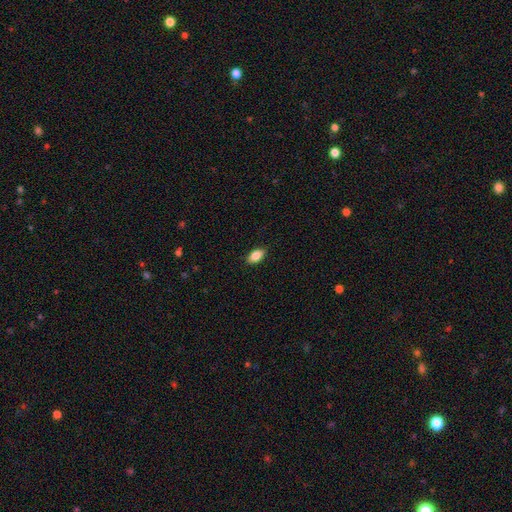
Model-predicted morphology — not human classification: Q: Smooth or featured?
A: smooth (86%); runner-up: star or artifact (7%)
Q: How rounded?
A: in between (91%); runner-up: round (5%)
Q: Merging?
A: none (88%); runner-up: minor disturbance (9%)